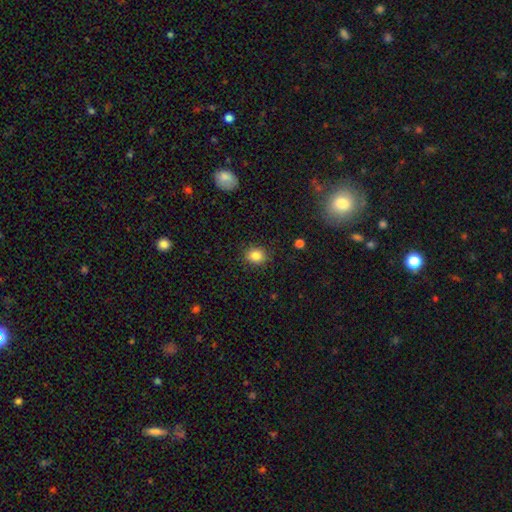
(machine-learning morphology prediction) Smooth or featured: smooth — 84% (star or artifact — 10%)
How rounded: round — 68% (in between — 31%)
Merging: none — 88% (minor disturbance — 9%)